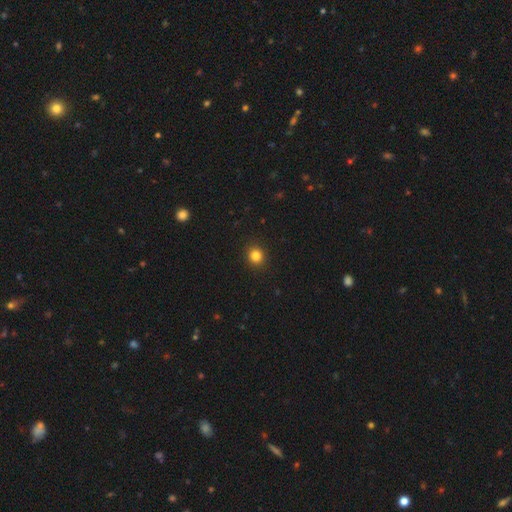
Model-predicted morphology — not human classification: The model was most divided on "smooth or featured": smooth: 84%, star or artifact: 12%, featured or disk: 4%. More confident: merging — none (92%); how rounded — round (87%).